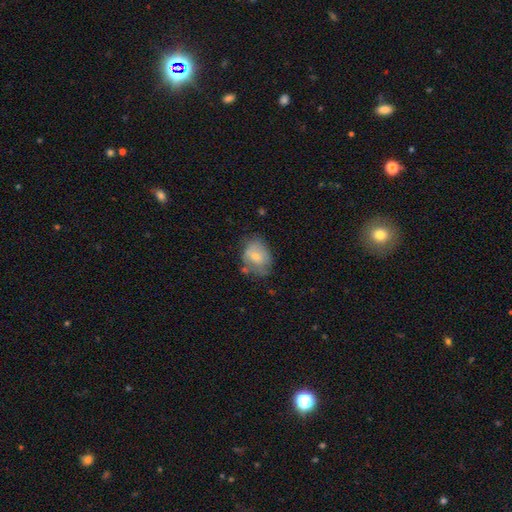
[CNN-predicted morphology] Smooth or featured? smooth (64%)
How rounded? in between (57%)
Merging? none (48%)